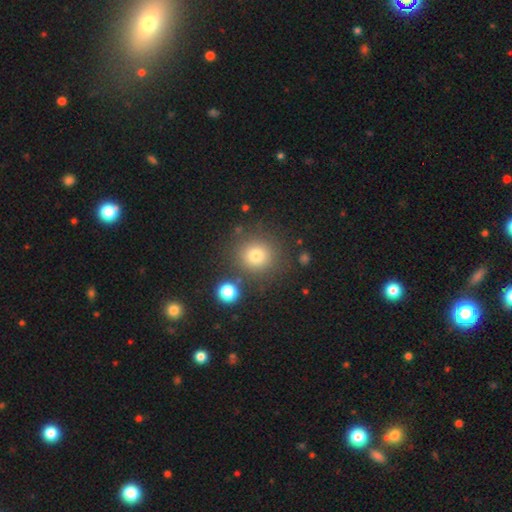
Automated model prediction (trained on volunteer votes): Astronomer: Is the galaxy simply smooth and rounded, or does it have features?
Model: smooth — 74%.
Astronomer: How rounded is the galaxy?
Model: round — 93%.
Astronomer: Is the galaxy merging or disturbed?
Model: none — 85%.